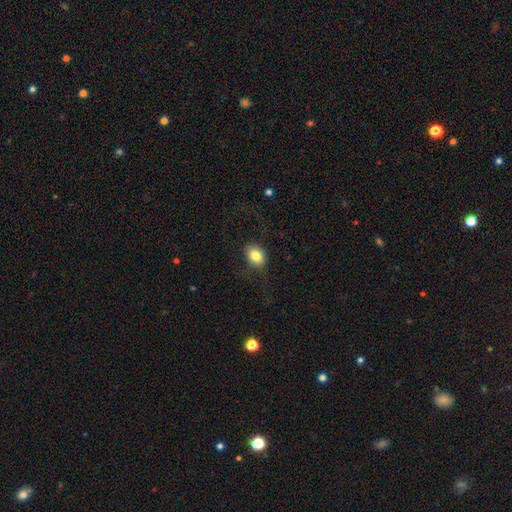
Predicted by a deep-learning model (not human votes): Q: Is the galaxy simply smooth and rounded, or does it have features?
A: smooth — 82%.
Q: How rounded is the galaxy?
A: in between — 64%.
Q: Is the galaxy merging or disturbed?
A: none — 80%.